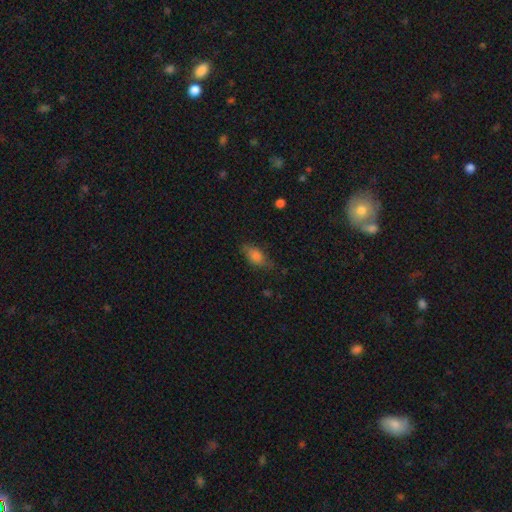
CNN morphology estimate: smooth 71%, featured or disk 19%, star or artifact 10%. Down the decision tree: how rounded — in between (79%); merging — none (69%).